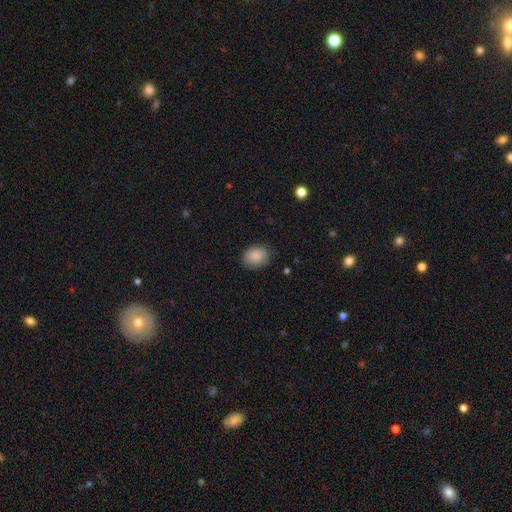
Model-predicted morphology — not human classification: Smooth or featured: smooth — 88% (star or artifact — 7%)
How rounded: in between — 55% (round — 44%)
Merging: none — 82% (minor disturbance — 14%)